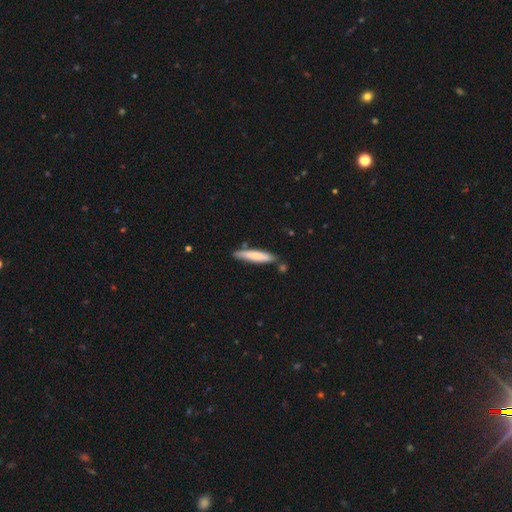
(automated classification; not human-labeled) A smooth galaxy with no disk features (71%) that is cigar-shaped (88%).

Vote fractions:
- Smooth or featured? smooth: 71% / featured or disk: 23% / star or artifact: 5%
- How rounded? cigar-shaped: 88% / in between: 11% / round: 1%
- Merging? none: 77% / minor disturbance: 14% / merger: 7% / major disturbance: 2%